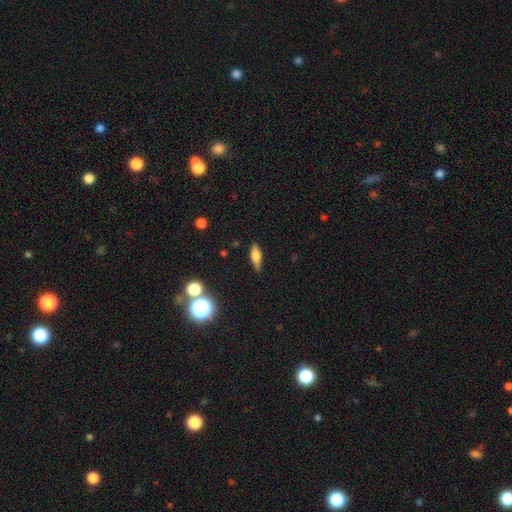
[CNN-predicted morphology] smooth_or_featured: smooth (p=0.53) [alt: featured or disk p=0.38]
how_rounded: in between (p=0.57) [alt: cigar-shaped p=0.38]
merging: none (p=0.82) [alt: minor disturbance p=0.14]